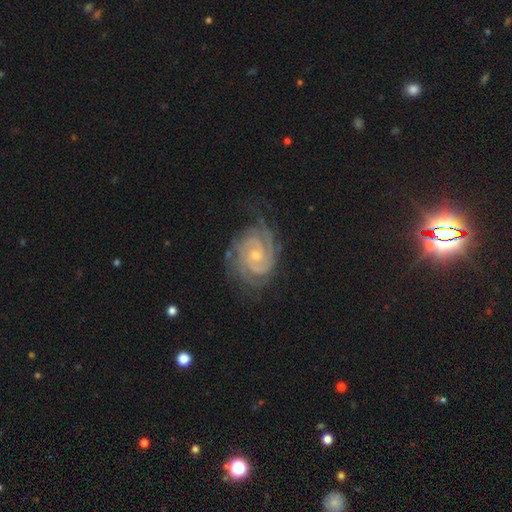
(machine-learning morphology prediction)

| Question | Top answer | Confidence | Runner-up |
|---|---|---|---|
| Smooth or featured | featured or disk | 92% | star or artifact (5%) |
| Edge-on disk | no | 98% | yes (2%) |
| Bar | no | 67% | weak (25%) |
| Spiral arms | yes | 99% | no (1%) |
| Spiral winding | tight | 78% | medium (19%) |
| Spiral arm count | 2 | 49% | 3 (22%) |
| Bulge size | small | 65% | moderate (32%) |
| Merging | none | 73% | minor disturbance (19%) |